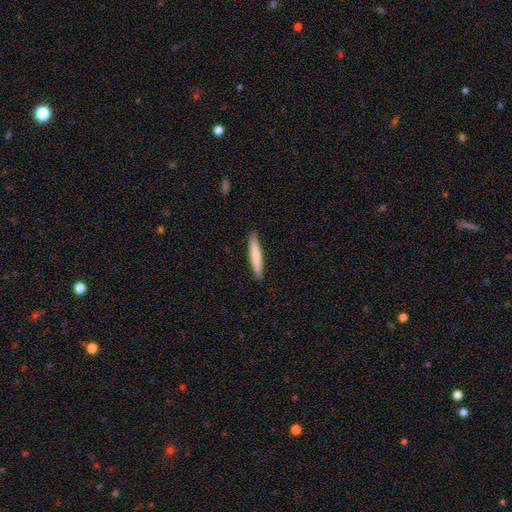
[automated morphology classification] smooth 74%, featured or disk 21%, star or artifact 5%. Down the decision tree: how rounded — cigar-shaped (94%); merging — none (91%).